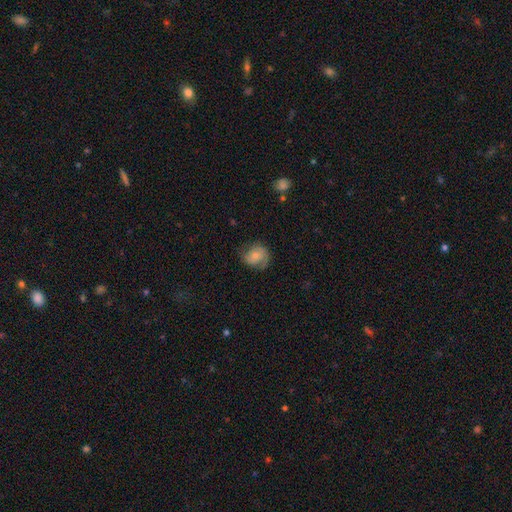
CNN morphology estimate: Smooth or featured?
  - smooth: 47% *
  - featured or disk: 45%
  - star or artifact: 8%
Merging?
  - none: 57% *
  - minor disturbance: 27%
  - major disturbance: 15%
  - merger: 1%